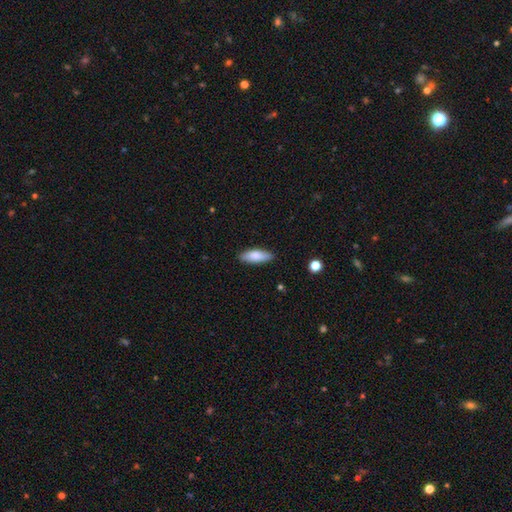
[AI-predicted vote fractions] Smooth or featured?
  - smooth: 81% *
  - featured or disk: 13%
  - star or artifact: 6%
How rounded?
  - in between: 66% *
  - cigar-shaped: 32%
  - round: 2%
Merging?
  - none: 87% *
  - minor disturbance: 10%
  - major disturbance: 2%
  - merger: 1%